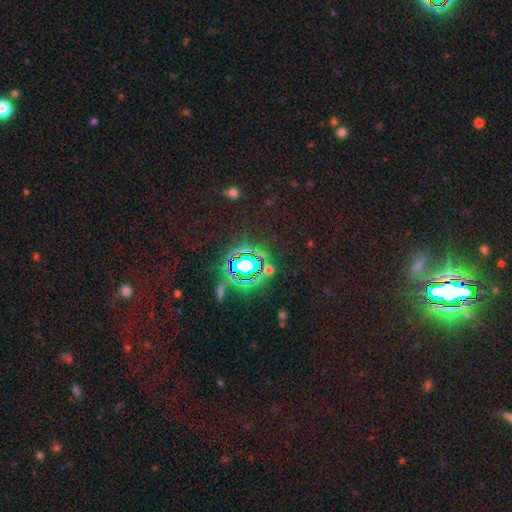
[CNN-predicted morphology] star or artifact 76%, smooth 14%, featured or disk 10%.